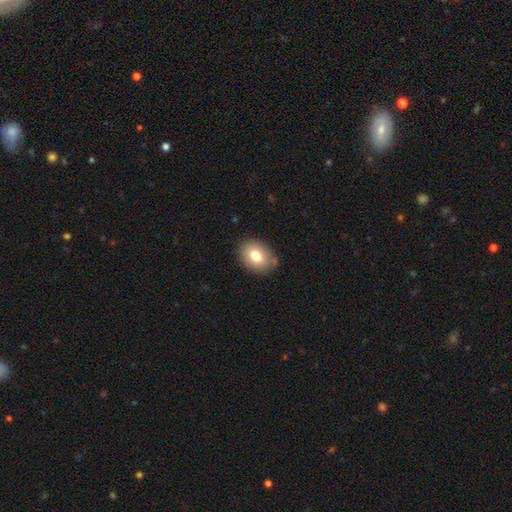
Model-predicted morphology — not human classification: The model was most divided on "how rounded": in between: 61%, round: 38%, cigar-shaped: 1%. More confident: merging — none (83%); smooth or featured — smooth (78%).